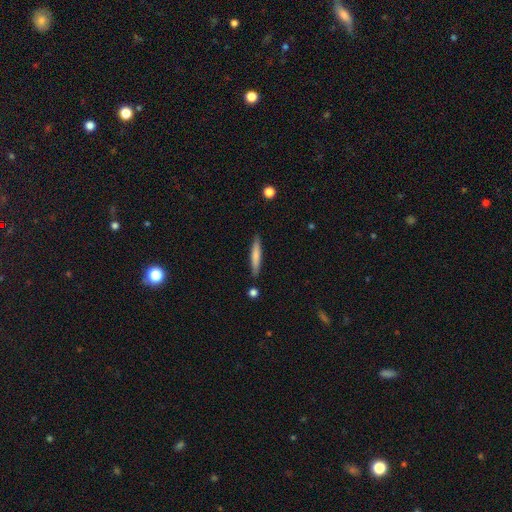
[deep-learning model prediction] Smooth or featured: smooth — 72% (featured or disk — 22%)
How rounded: cigar-shaped — 92% (in between — 7%)
Merging: none — 86% (minor disturbance — 9%)